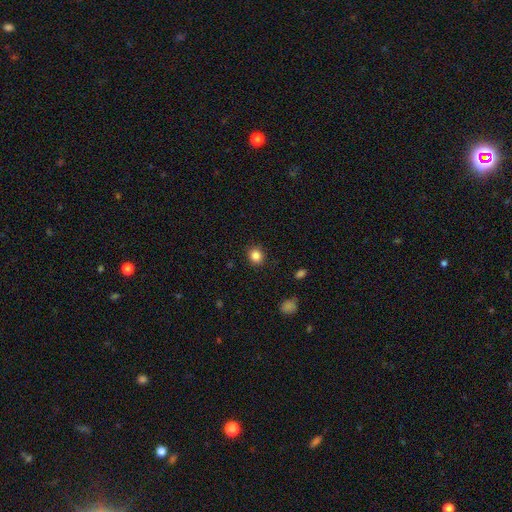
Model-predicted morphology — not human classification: This appears to be a smooth galaxy with no disk features (84%) that is round (85%). Merging: none (91%).